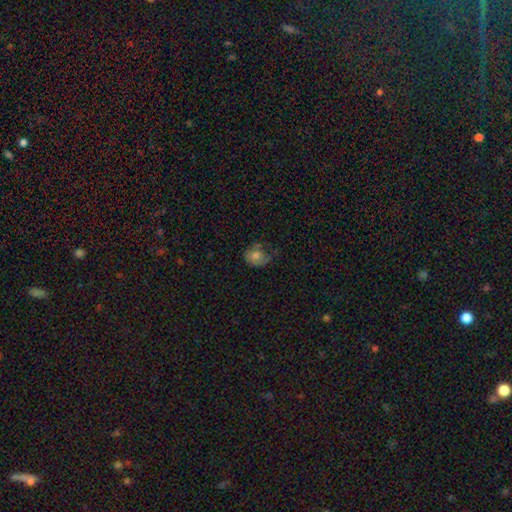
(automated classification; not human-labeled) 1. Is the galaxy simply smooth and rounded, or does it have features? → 70% smooth, 21% featured or disk, 9% star or artifact.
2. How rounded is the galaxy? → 51% round, 48% in between, 1% cigar-shaped.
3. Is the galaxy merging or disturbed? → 38% none, 34% minor disturbance, 24% major disturbance, 4% merger.